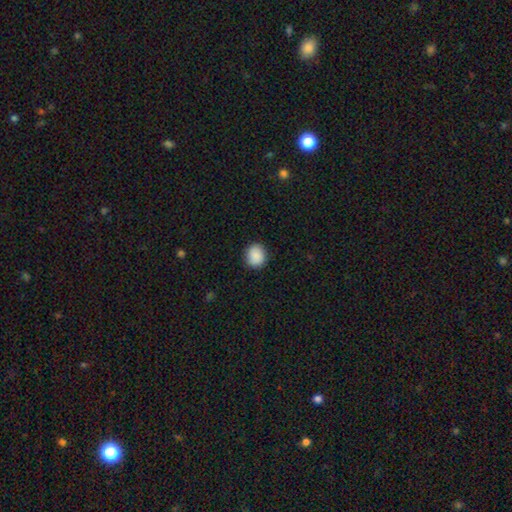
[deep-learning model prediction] This appears to be a smooth galaxy with no disk features (88%) that is round (76%). Merging: none (88%).